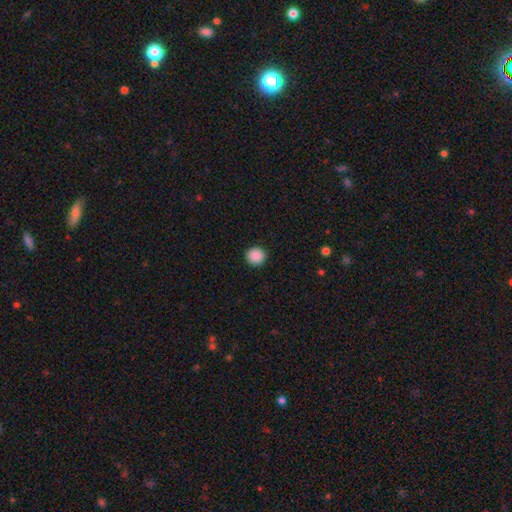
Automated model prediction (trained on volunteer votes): Smooth or featured? Predicted: smooth (p=0.89). How rounded? Predicted: round (p=0.94). Merging? Predicted: none (p=0.93).